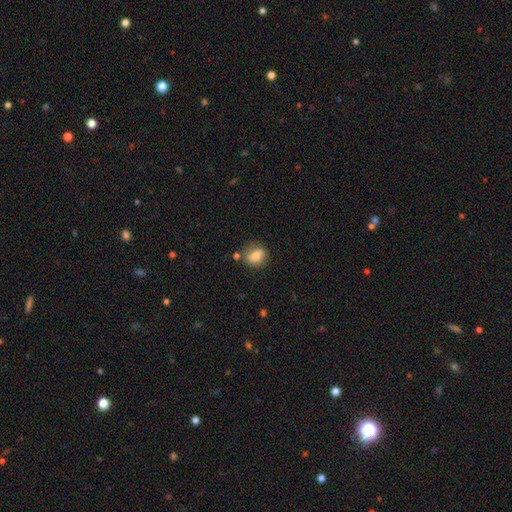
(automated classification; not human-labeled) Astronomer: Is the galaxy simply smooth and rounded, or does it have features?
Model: smooth — 75%.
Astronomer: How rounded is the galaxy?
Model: round — 51% (runner-up: in between, 48%).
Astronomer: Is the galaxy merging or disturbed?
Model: none — 63%.